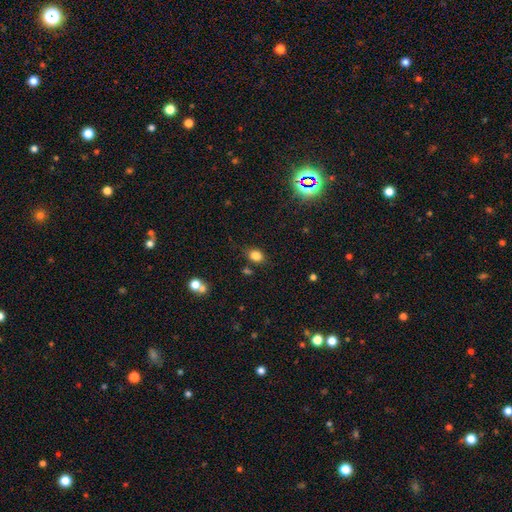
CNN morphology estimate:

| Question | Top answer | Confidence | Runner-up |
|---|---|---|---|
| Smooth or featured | smooth | 81% | star or artifact (13%) |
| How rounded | in between | 63% | round (35%) |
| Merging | none | 77% | minor disturbance (14%) |